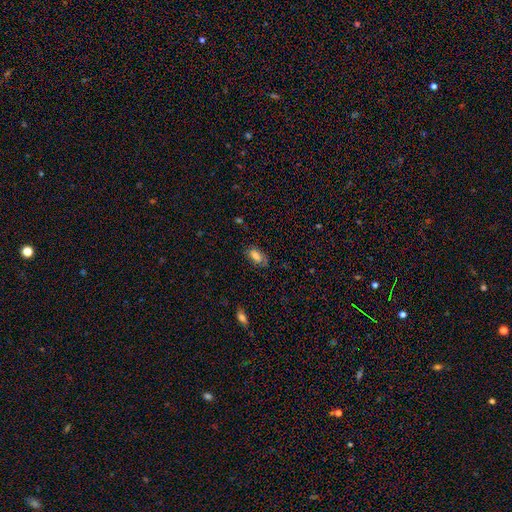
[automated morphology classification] A smooth galaxy with no disk features (71%) that is in between round and cigar-shaped (89%). Merging: none (69%).